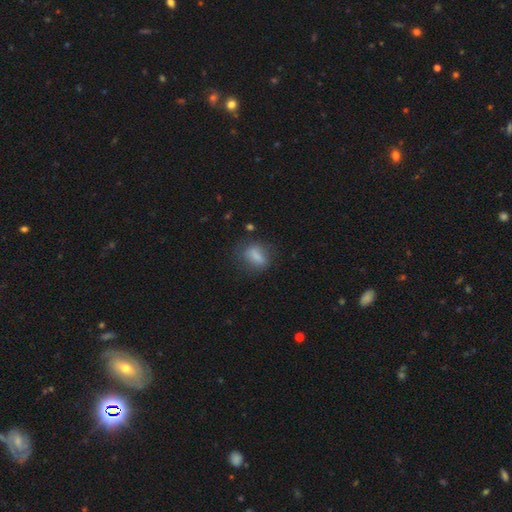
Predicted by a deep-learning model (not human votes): The model was most divided on "merging": none: 59%, minor disturbance: 25%, major disturbance: 13%, merger: 3%. More confident: smooth or featured — smooth (75%); how rounded — in between (71%).